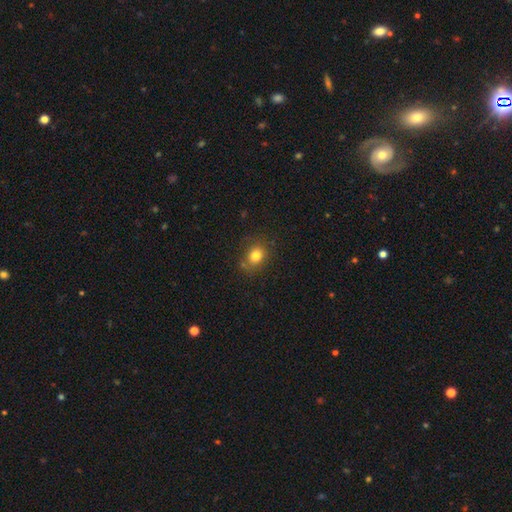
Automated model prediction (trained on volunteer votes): Smooth or featured?
  - smooth: 80% *
  - star or artifact: 12%
  - featured or disk: 8%
How rounded?
  - round: 58% *
  - in between: 41%
  - cigar-shaped: 1%
Merging?
  - none: 75% *
  - minor disturbance: 15%
  - merger: 6%
  - major disturbance: 5%